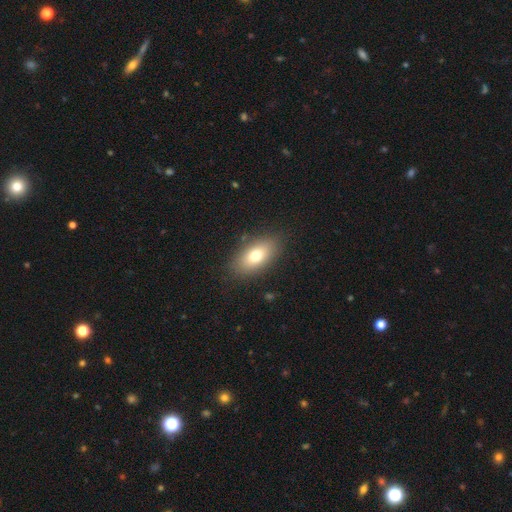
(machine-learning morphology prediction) Overall: smooth (74%). How rounded: in between (88%). Merging: none (85%).